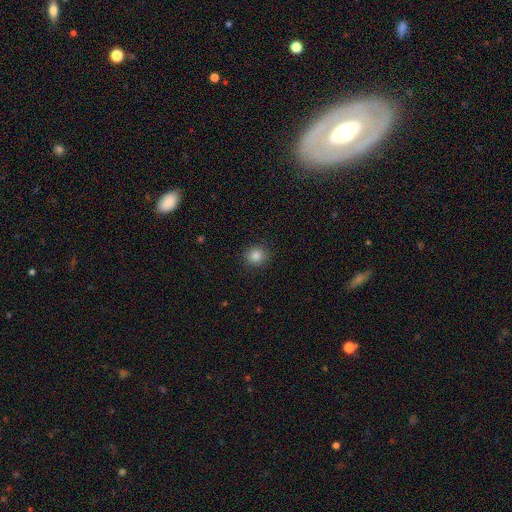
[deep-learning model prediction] This appears to be a smooth galaxy with no disk features (85%) that is round (85%). Merging: none (89%).